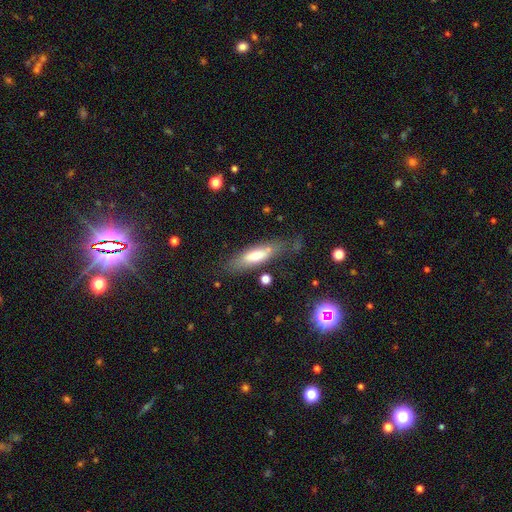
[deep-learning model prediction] smooth_or_featured: smooth (p=0.57) [alt: featured or disk p=0.35]
how_rounded: cigar-shaped (p=0.63) [alt: in between p=0.36]
merging: none (p=0.67) [alt: minor disturbance p=0.21]